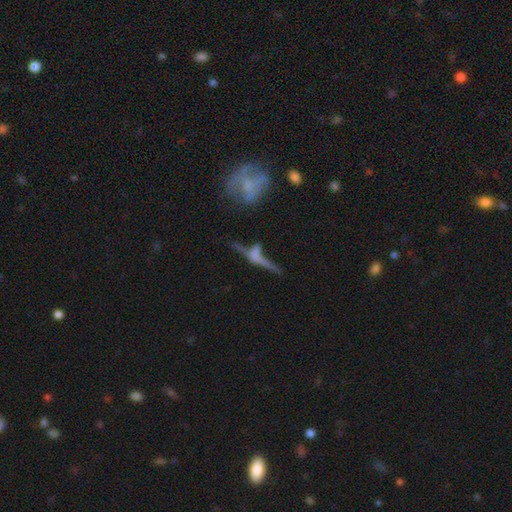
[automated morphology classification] A featured or disk galaxy (58%) viewed edge-on (77%).

Vote fractions:
- Smooth or featured? featured or disk: 58% / smooth: 26% / star or artifact: 15%
- Edge-on disk? yes: 77% / no: 23%
- Merging? none: 43% / merger: 27% / major disturbance: 15% / minor disturbance: 14%